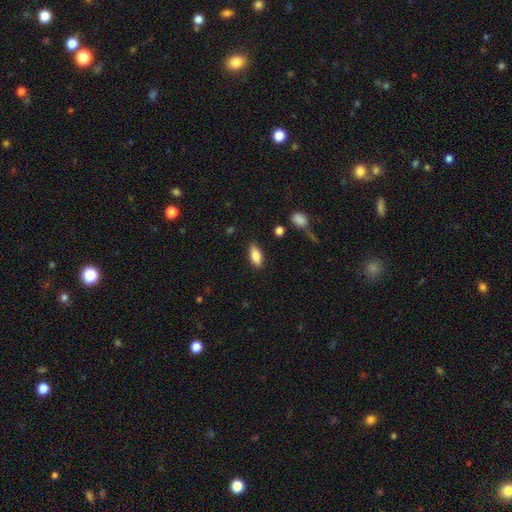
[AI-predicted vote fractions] Overall: smooth (81%). How rounded: in between (84%). Merging: none (83%).